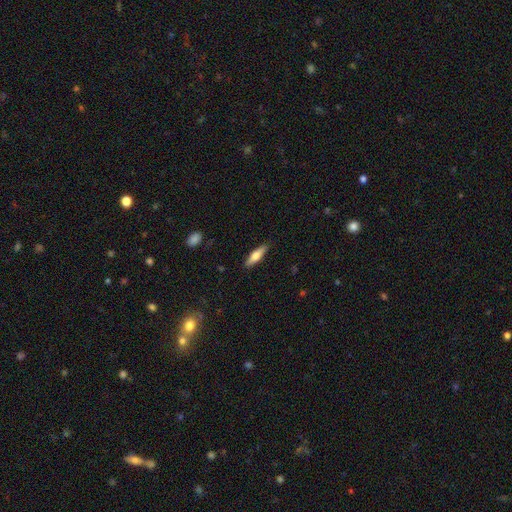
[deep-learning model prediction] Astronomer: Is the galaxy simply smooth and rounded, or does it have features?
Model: smooth — 60%.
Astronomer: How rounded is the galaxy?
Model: cigar-shaped — 66%.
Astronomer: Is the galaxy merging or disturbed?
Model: none — 88%.